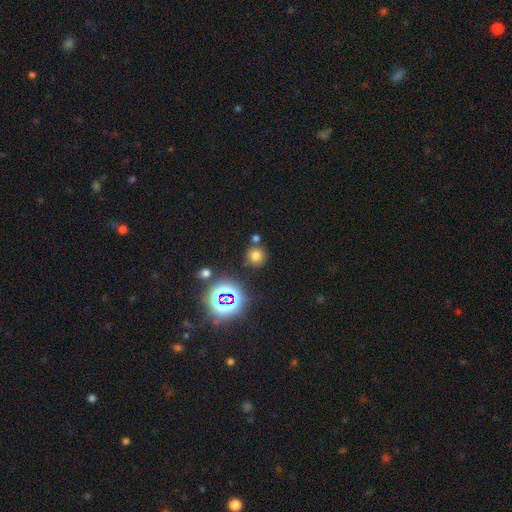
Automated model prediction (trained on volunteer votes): This appears to be a smooth galaxy with no disk features (69%) that is round (91%). Merging: none (78%).